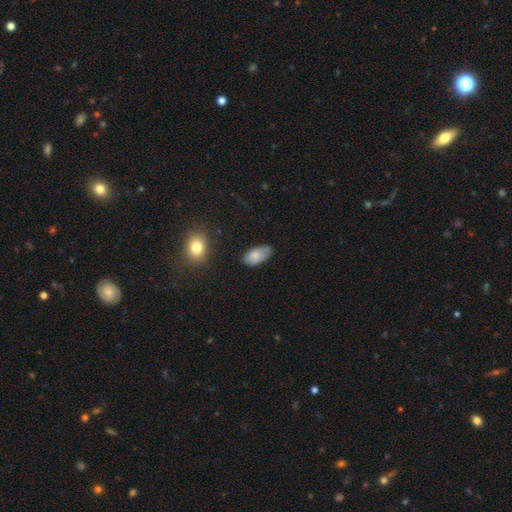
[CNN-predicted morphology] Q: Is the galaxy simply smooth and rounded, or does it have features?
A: smooth — 82%.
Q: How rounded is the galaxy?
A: in between — 94%.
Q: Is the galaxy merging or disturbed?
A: none — 71%.